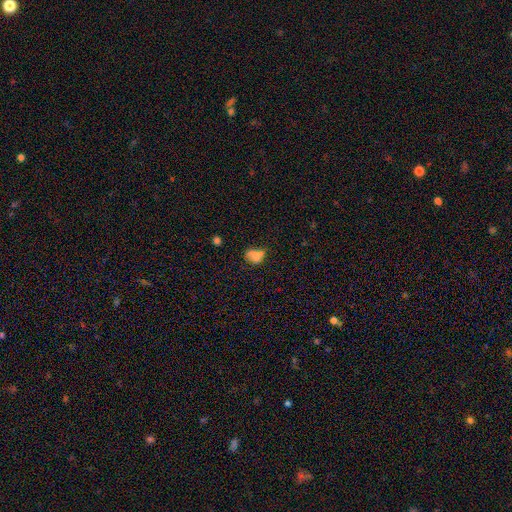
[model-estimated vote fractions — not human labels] Morphology: type=smooth (66%); roundness=in between (62%); merging=none (33%).